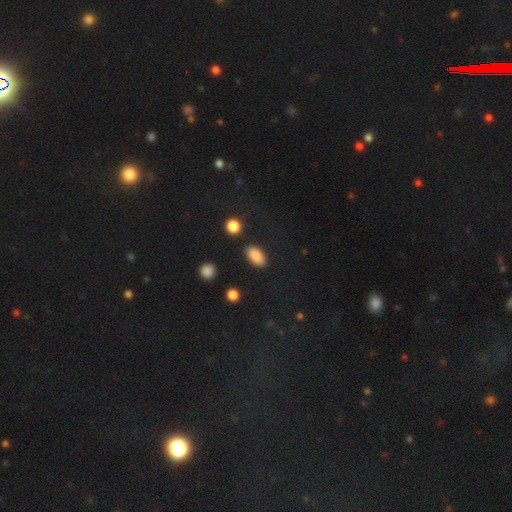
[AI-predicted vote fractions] The model was most divided on "merging": none: 86%, minor disturbance: 9%, major disturbance: 3%, merger: 2%. More confident: how rounded — in between (92%); smooth or featured — smooth (87%).